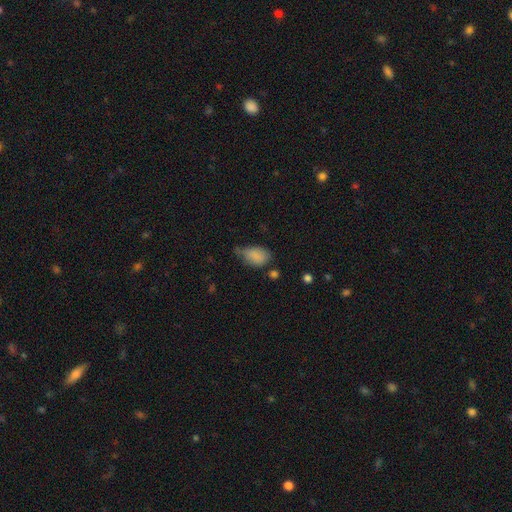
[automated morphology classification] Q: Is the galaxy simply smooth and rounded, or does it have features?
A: smooth — 84%.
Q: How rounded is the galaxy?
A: in between — 89%.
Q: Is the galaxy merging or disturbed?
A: minor disturbance — 43%.